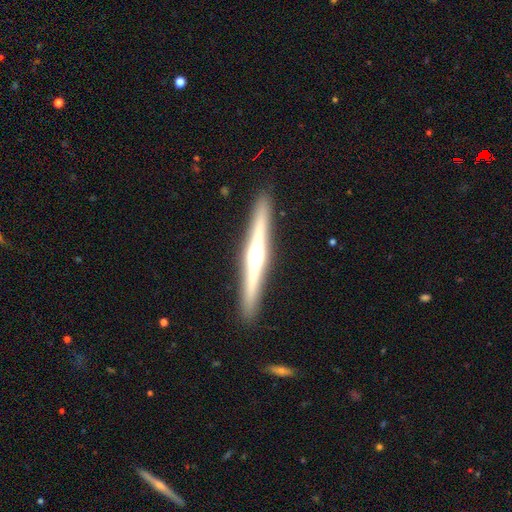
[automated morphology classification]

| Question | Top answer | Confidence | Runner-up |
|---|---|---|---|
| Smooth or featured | featured or disk | 75% | smooth (19%) |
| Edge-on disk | yes | 98% | no (2%) |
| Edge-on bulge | rounded | 83% | boxy (9%) |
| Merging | none | 92% | minor disturbance (6%) |